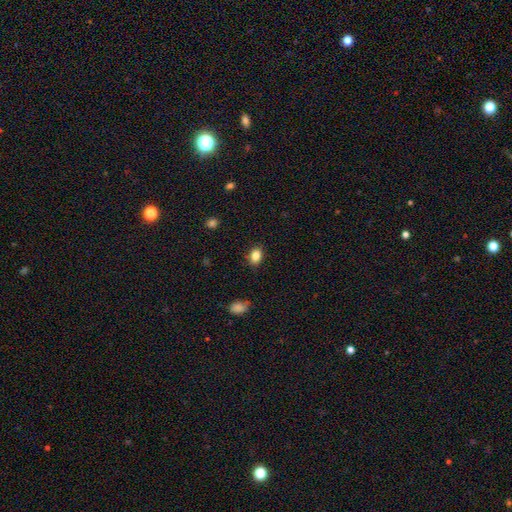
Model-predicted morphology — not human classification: Smooth or featured? smooth (85%)
How rounded? in between (73%)
Merging? none (86%)